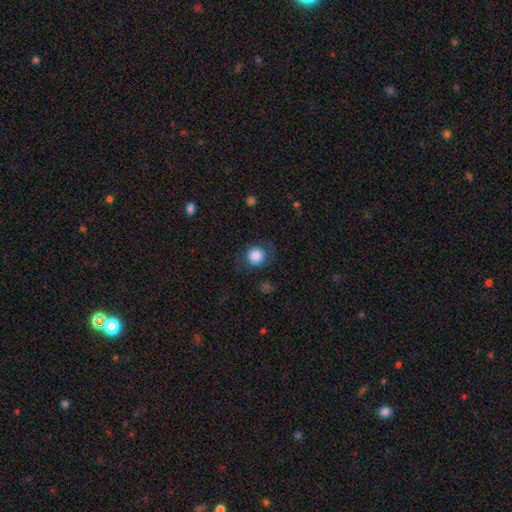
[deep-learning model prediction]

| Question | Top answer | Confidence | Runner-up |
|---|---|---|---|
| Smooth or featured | smooth | 83% | featured or disk (9%) |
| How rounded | round | 88% | in between (12%) |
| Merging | none | 73% | minor disturbance (16%) |